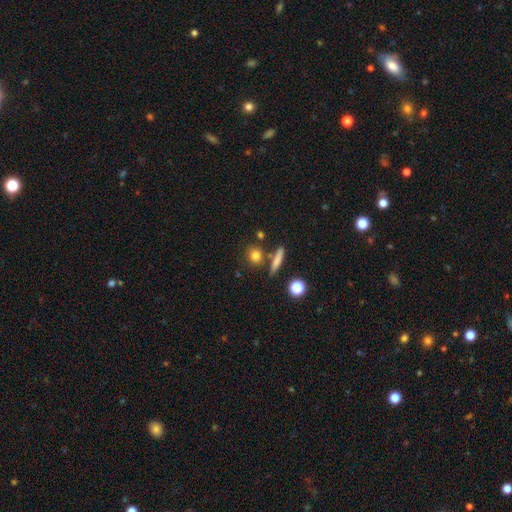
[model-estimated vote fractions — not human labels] Morphology: type=smooth (80%); roundness=round (64%); merging=none (73%).